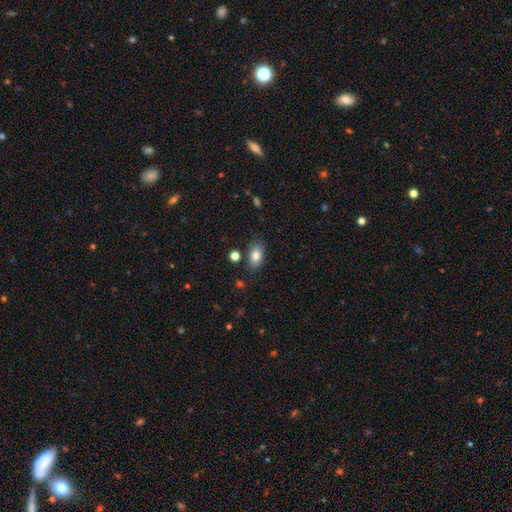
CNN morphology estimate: A smooth galaxy with no disk features (81%) that is in between round and cigar-shaped (89%). Merging: none (82%).